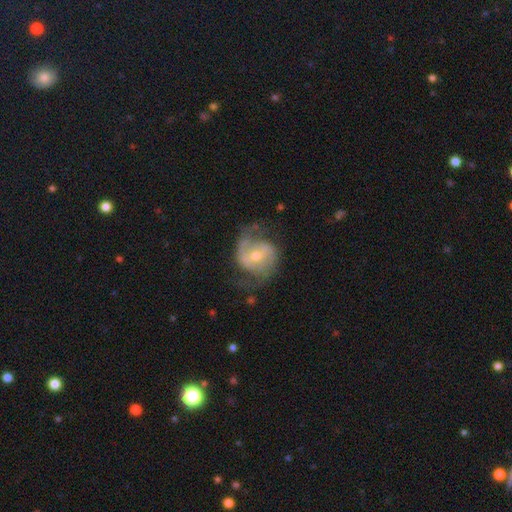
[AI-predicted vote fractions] smooth_or_featured: featured or disk (p=0.77) [alt: smooth p=0.17]
disk_edge_on: no (p=0.97) [alt: yes p=0.03]
bar: weak (p=0.46) [alt: no p=0.35]
has_spiral_arms: yes (p=0.89) [alt: no p=0.11]
spiral_winding: medium (p=0.48) [alt: loose p=0.32]
spiral_arm_count: 2 (p=0.83) [alt: can't tell p=0.09]
bulge_size: moderate (p=0.53) [alt: small p=0.42]
merging: none (p=0.60) [alt: minor disturbance p=0.21]